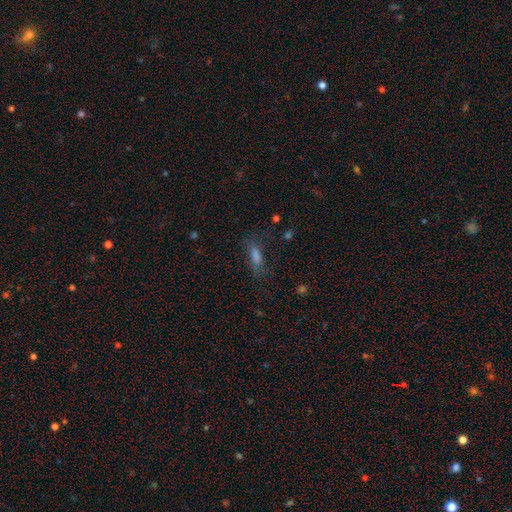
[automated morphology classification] type=smooth (59%); roundness=in between (49%); merging=none (66%).